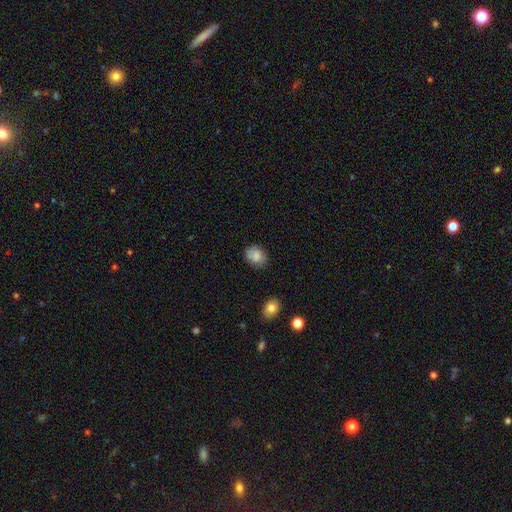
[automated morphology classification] Overall: smooth (79%). How rounded: in between (59%; round 40%). Merging: none (70%).